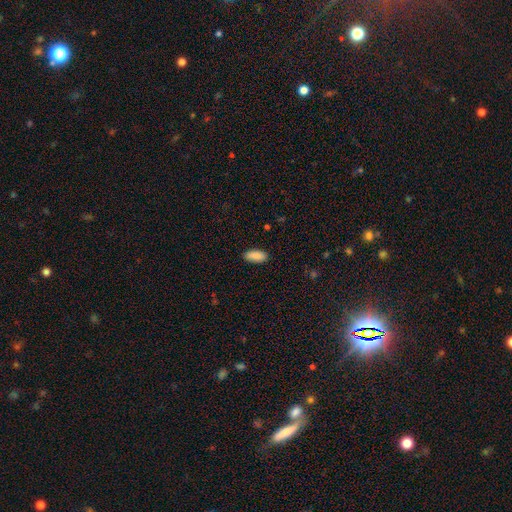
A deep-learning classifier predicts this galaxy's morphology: type=smooth (88%); roundness=in between (88%); merging=none (89%).